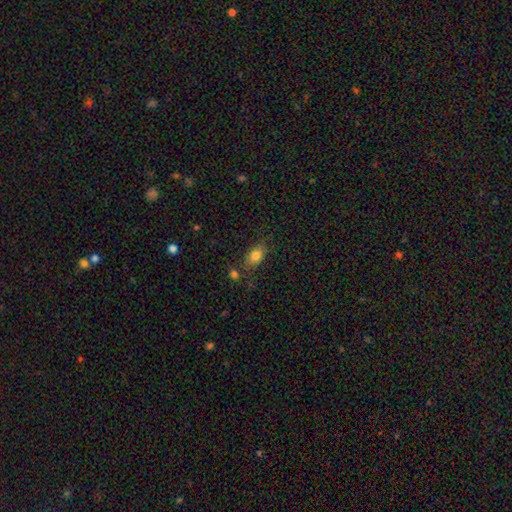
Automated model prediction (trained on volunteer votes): This appears to be a smooth galaxy with no disk features (81%) that is in between round and cigar-shaped (85%). Merging: none (71%).